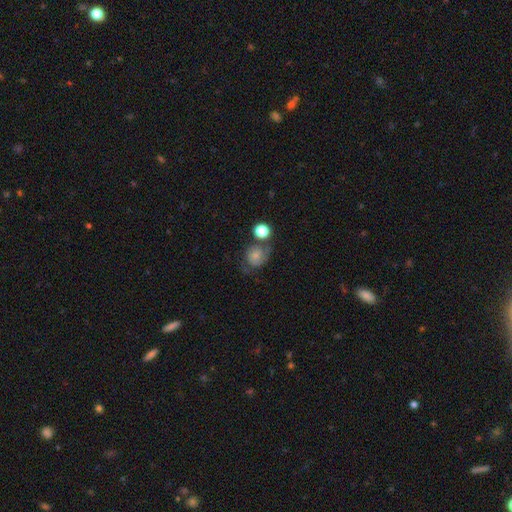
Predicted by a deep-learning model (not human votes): A smooth galaxy with no disk features (48%). Merging: none (48%).